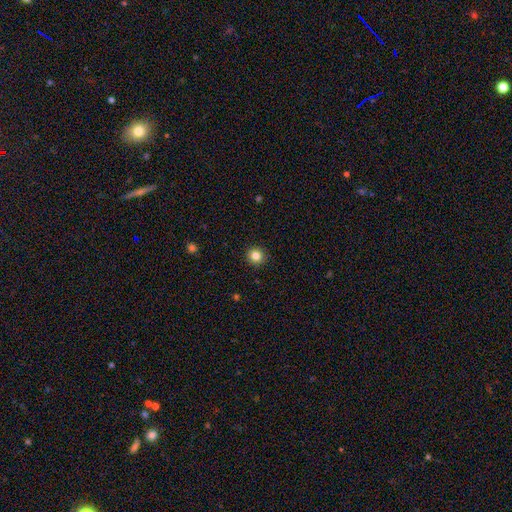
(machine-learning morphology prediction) Smooth or featured? Predicted: smooth (p=0.83). How rounded? Predicted: round (p=0.92). Merging? Predicted: none (p=0.92).